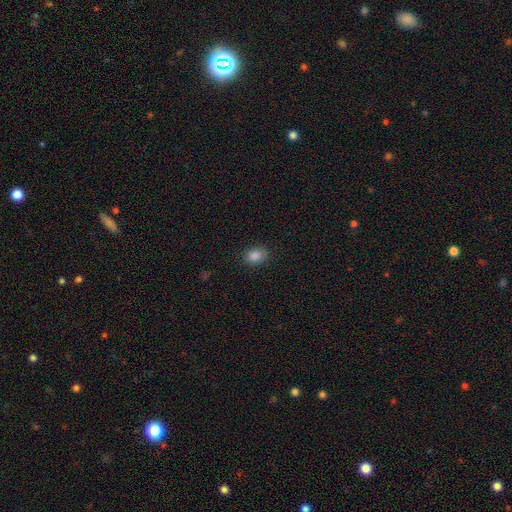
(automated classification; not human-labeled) This appears to be a smooth galaxy with no disk features (86%) that is in between round and cigar-shaped (59%). Merging: none (85%).